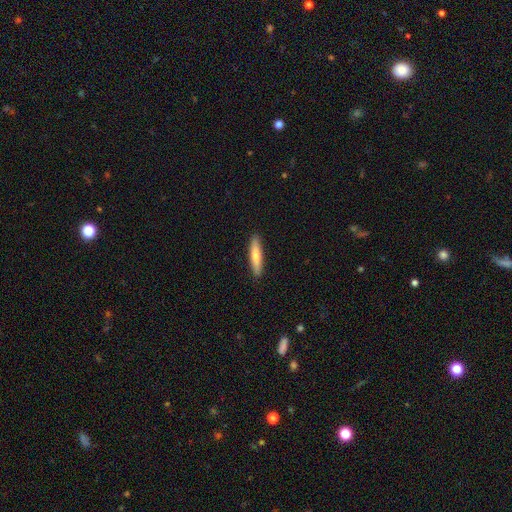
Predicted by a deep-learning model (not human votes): Overall: smooth (70%). How rounded: cigar-shaped (86%). Merging: none (91%).